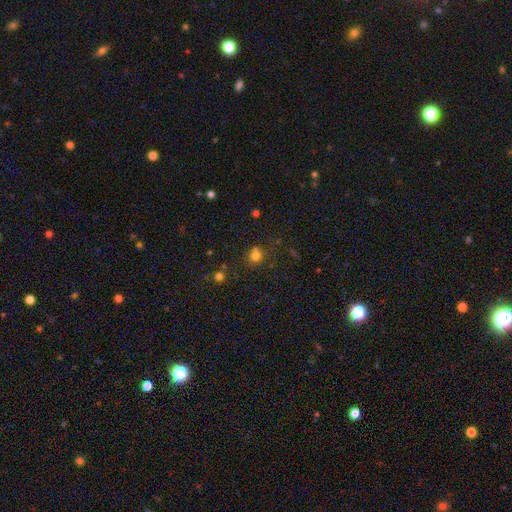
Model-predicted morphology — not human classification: Smooth or featured: smooth — 74% (star or artifact — 17%)
How rounded: round — 78% (in between — 21%)
Merging: none — 64% (minor disturbance — 16%)